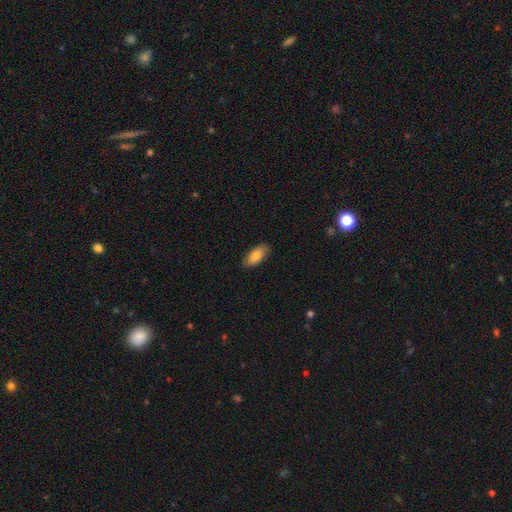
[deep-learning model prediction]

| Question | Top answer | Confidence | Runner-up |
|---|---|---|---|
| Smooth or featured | smooth | 81% | featured or disk (13%) |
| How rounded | in between | 88% | cigar-shaped (9%) |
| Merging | none | 88% | minor disturbance (9%) |